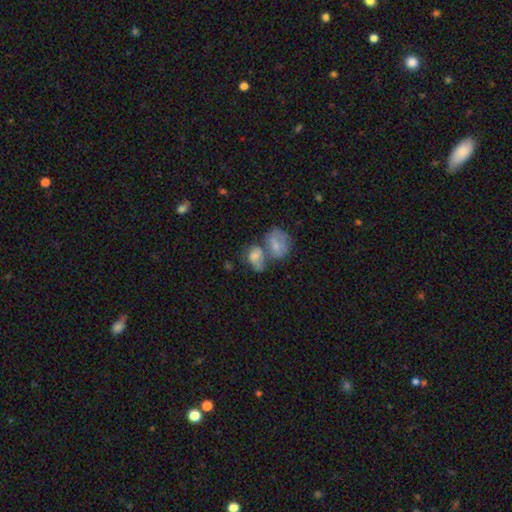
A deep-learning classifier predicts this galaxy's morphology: smooth 56%, featured or disk 31%, star or artifact 13%. Down the decision tree: how rounded — in between (61%); merging — merger (57%).